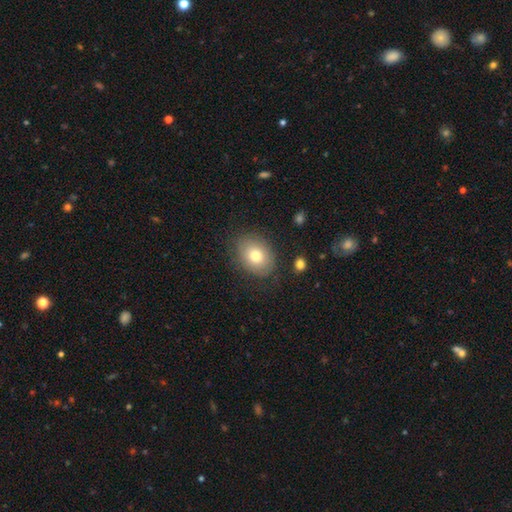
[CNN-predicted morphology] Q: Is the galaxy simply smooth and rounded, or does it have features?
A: smooth — 73%.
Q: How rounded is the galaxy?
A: in between — 64%.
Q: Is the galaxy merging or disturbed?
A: none — 79%.